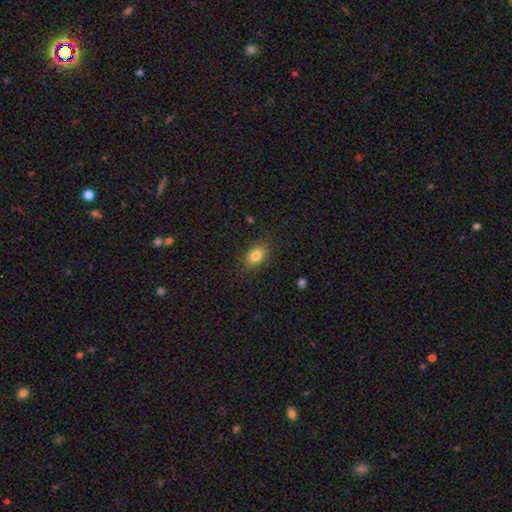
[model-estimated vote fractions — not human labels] The model was most divided on "how rounded": in between: 81%, round: 17%, cigar-shaped: 2%. More confident: merging — none (85%); smooth or featured — smooth (84%).